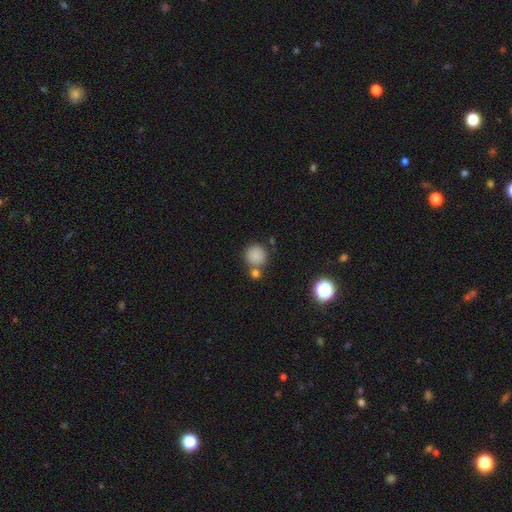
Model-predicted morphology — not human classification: Q: Smooth or featured?
A: smooth (84%); runner-up: star or artifact (10%)
Q: How rounded?
A: round (93%); runner-up: in between (6%)
Q: Merging?
A: none (66%); runner-up: merger (21%)